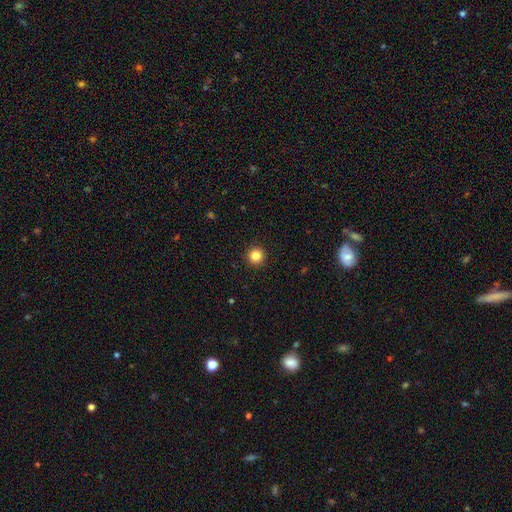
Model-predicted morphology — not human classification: smooth 85%, star or artifact 11%, featured or disk 4%. Down the decision tree: how rounded — round (96%); merging — none (93%).